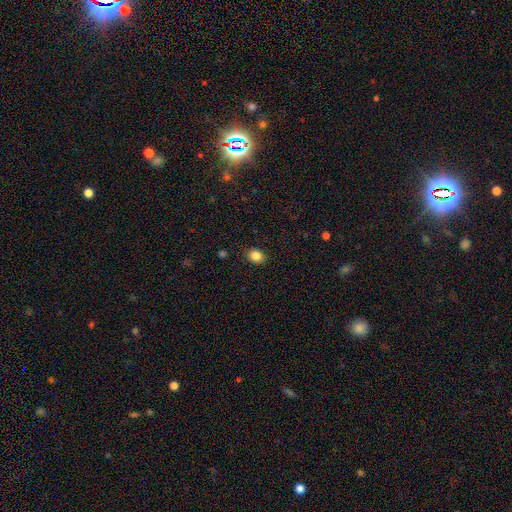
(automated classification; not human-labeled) The model was most divided on "how rounded": in between: 53%, round: 46%, cigar-shaped: 1%. More confident: merging — none (88%); smooth or featured — smooth (85%).